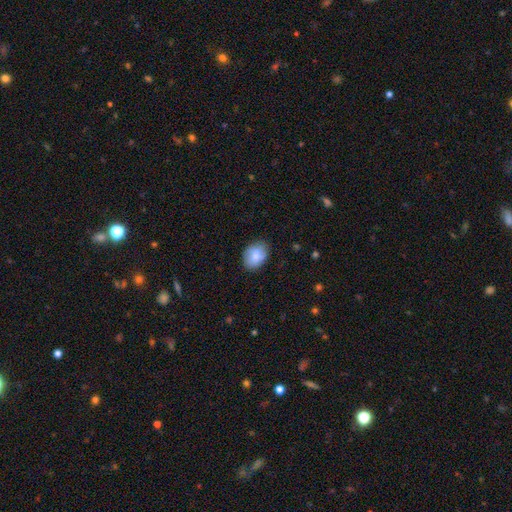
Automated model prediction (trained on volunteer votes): smooth-or-featured: smooth: 83% | featured or disk: 10% | star or artifact: 7%
  how-rounded: in between: 71% | round: 28% | cigar-shaped: 1%
  merging: none: 80% | minor disturbance: 16% | major disturbance: 3% | merger: 1%